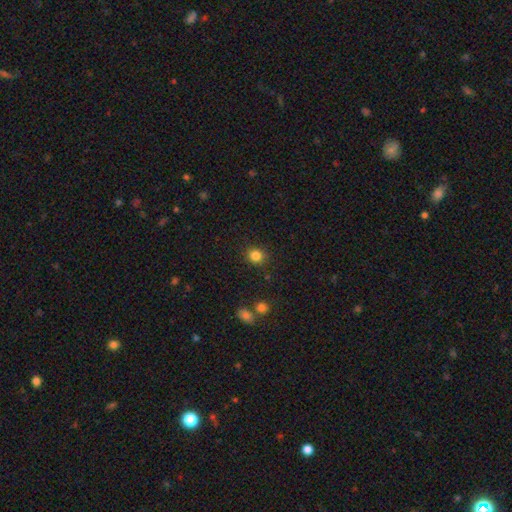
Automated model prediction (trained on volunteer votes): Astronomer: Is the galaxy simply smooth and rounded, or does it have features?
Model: smooth — 84%.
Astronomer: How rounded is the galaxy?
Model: round — 75%.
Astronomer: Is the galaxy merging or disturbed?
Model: none — 87%.